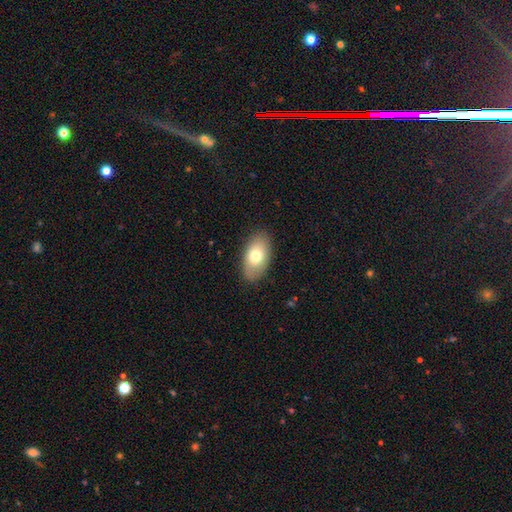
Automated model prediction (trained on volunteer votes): Morphology: type=smooth (73%); roundness=in between (92%); merging=none (85%).